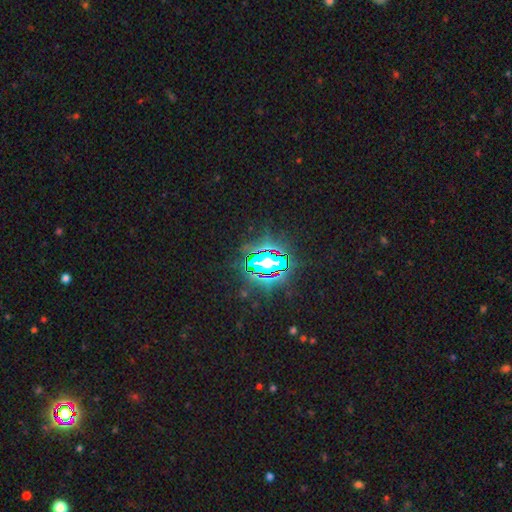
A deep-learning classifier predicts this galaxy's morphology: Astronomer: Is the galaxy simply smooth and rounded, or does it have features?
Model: star or artifact — 84%.